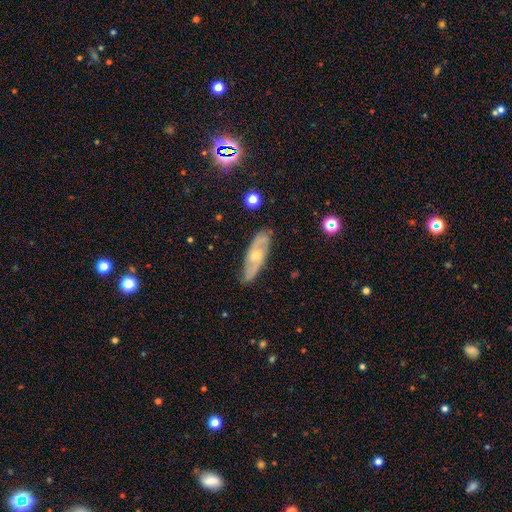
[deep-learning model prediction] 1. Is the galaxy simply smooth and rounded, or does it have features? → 66% featured or disk, 26% smooth, 8% star or artifact.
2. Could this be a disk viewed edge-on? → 78% no, 22% yes.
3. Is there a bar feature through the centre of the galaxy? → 66% no, 28% weak, 6% strong.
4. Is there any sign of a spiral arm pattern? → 85% yes, 15% no.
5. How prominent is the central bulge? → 50% small, 45% moderate, 2% none, 2% large, 1% dominant.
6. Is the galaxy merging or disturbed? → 83% none, 13% minor disturbance, 3% major disturbance, 1% merger.